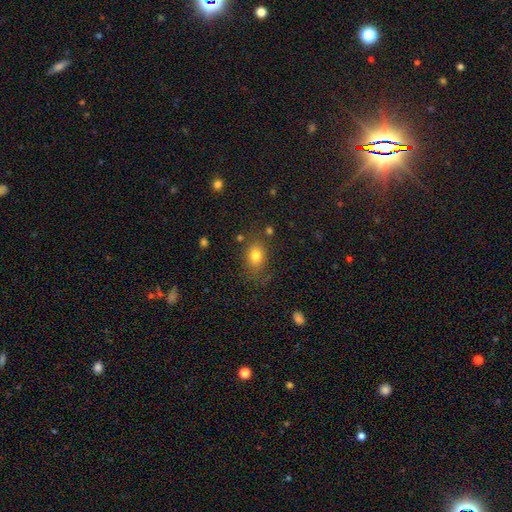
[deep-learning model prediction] This appears to be a smooth galaxy with no disk features (78%) that is in between round and cigar-shaped (64%). Merging: none (73%).